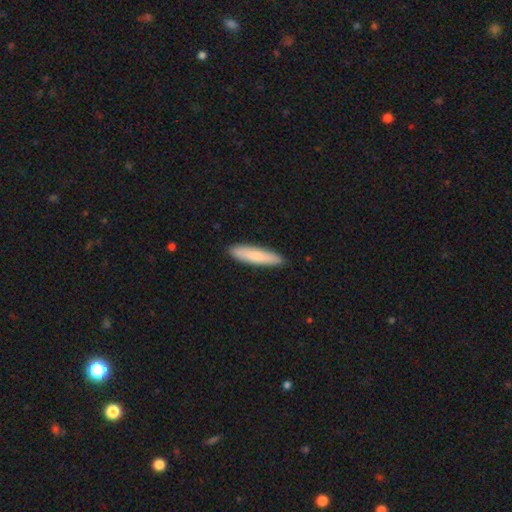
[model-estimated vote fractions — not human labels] smooth 83%, featured or disk 12%, star or artifact 5%. Down the decision tree: how rounded — cigar-shaped (81%); merging — none (90%).